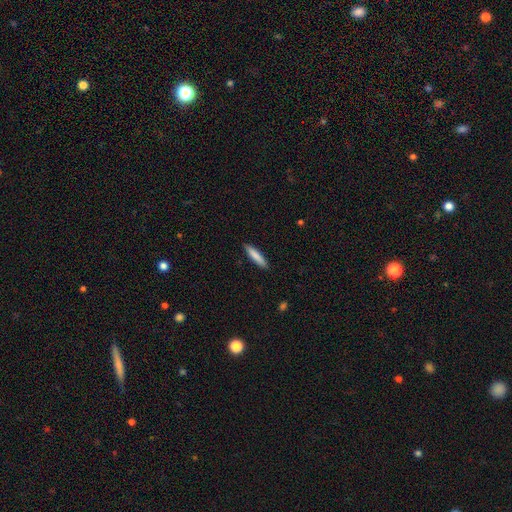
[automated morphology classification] Smooth or featured?
  - smooth: 83% *
  - featured or disk: 12%
  - star or artifact: 5%
How rounded?
  - cigar-shaped: 88% *
  - in between: 11%
  - round: 1%
Merging?
  - none: 90% *
  - minor disturbance: 7%
  - major disturbance: 2%
  - merger: 1%